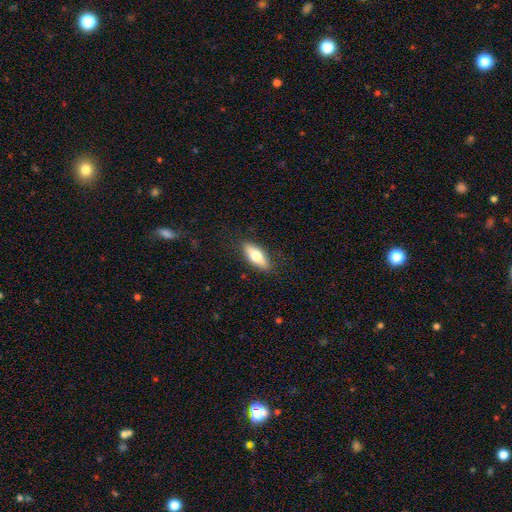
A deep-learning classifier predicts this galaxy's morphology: A smooth galaxy with no disk features (65%) that is in between round and cigar-shaped (66%). Merging: none (87%).